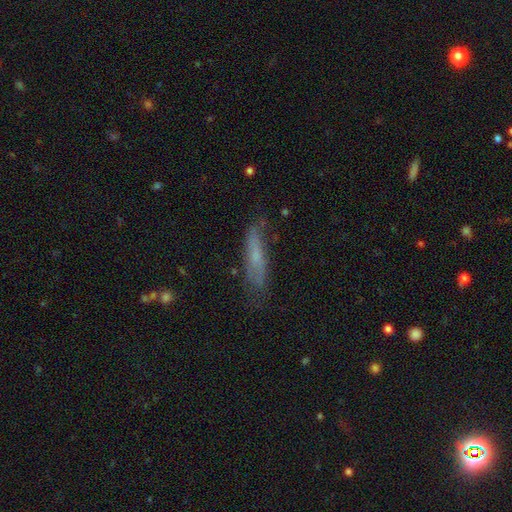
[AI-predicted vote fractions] A smooth galaxy with no disk features (52%) that is cigar-shaped (78%).

Vote fractions:
- Smooth or featured? smooth: 52% / featured or disk: 39% / star or artifact: 9%
- How rounded? cigar-shaped: 78% / in between: 20% / round: 2%
- Merging? none: 65% / minor disturbance: 24% / major disturbance: 8% / merger: 3%